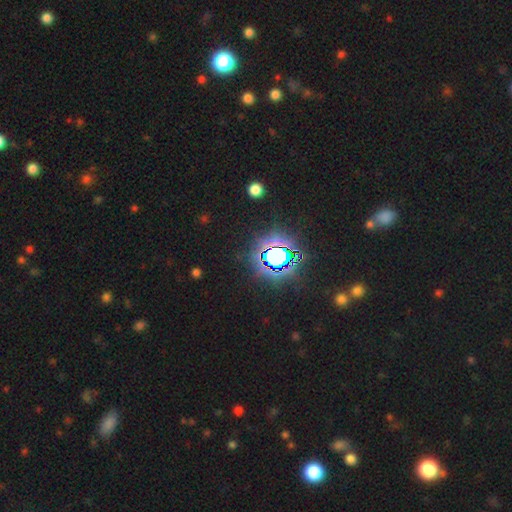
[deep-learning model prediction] This is likely a star or artifact rather than a galaxy (80%).